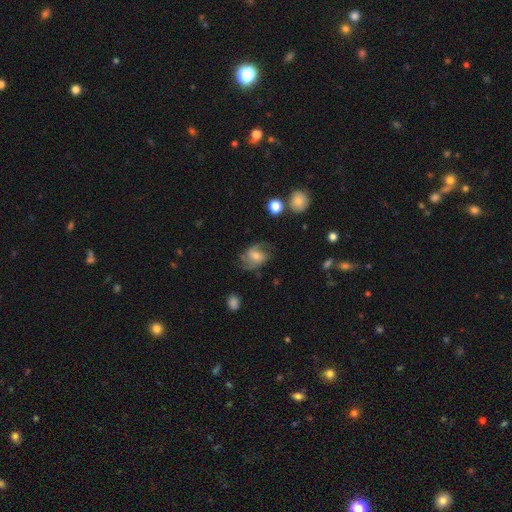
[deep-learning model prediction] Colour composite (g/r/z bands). It shows a featured or disk galaxy (71%) with no bar (55%), 2 (55%) medium (47%) spiral arms (91%) and a moderate central bulge (53%). Merging: none (63%).